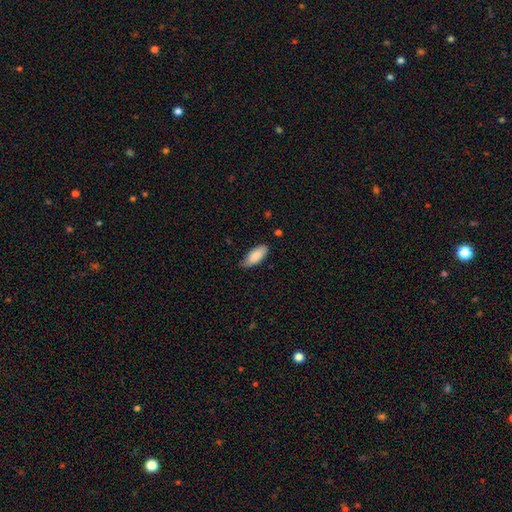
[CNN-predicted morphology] smooth_or_featured: smooth (p=0.87) [alt: featured or disk p=0.07]
how_rounded: in between (p=0.85) [alt: cigar-shaped p=0.13]
merging: none (p=0.73) [alt: minor disturbance p=0.22]